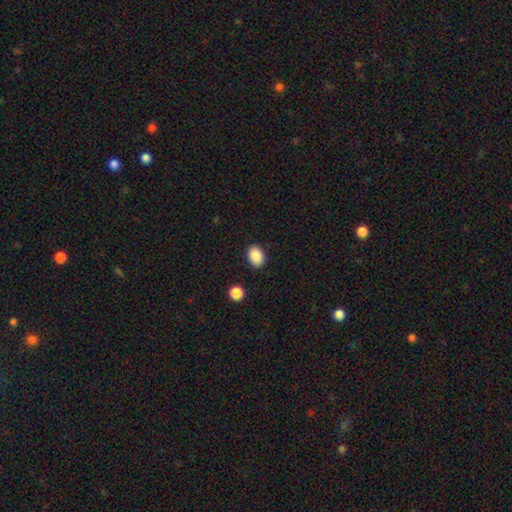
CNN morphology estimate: Smooth or featured?
  - smooth: 88% *
  - star or artifact: 8%
  - featured or disk: 4%
How rounded?
  - in between: 77% *
  - round: 22%
  - cigar-shaped: 1%
Merging?
  - none: 87% *
  - minor disturbance: 9%
  - major disturbance: 2%
  - merger: 2%